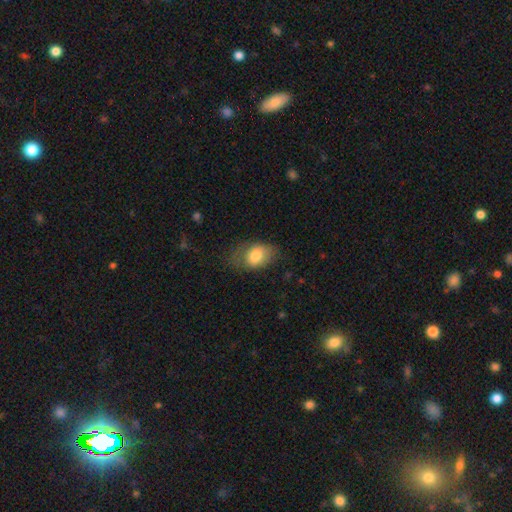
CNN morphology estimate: This appears to be a smooth galaxy with no disk features (78%) that is in between round and cigar-shaped (78%). Merging: none (51%).